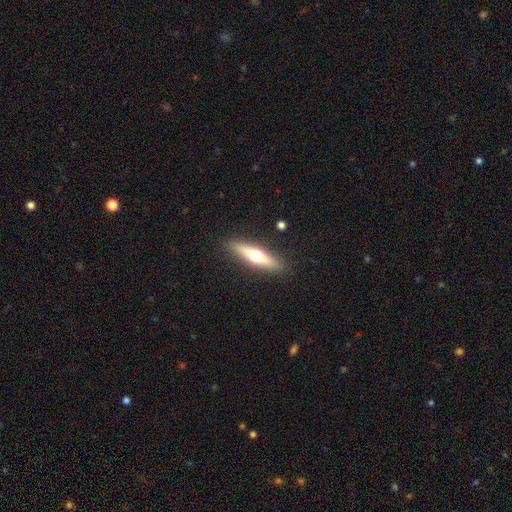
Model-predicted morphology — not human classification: featured or disk 49%, smooth 45%, star or artifact 6%. Down the decision tree: merging — none (89%).